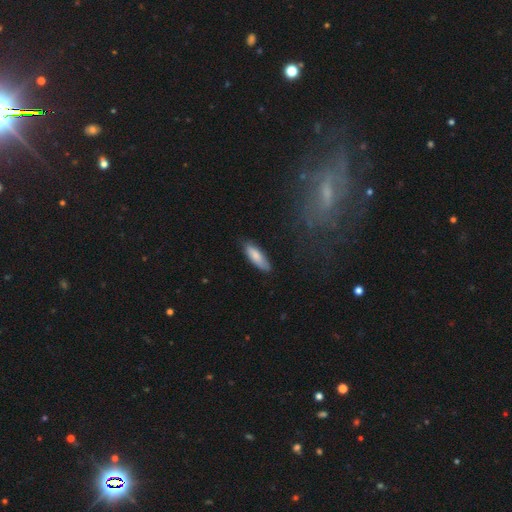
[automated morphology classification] smooth_or_featured: smooth (p=0.81) [alt: featured or disk p=0.13]
how_rounded: in between (p=0.50) [alt: cigar-shaped p=0.49]
merging: none (p=0.80) [alt: minor disturbance p=0.16]